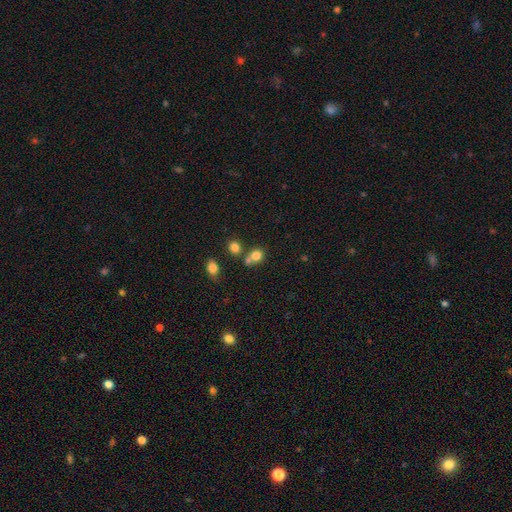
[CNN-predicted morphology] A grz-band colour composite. It shows a smooth galaxy with no disk features (79%) that is round (73%). Merging: none (50%).